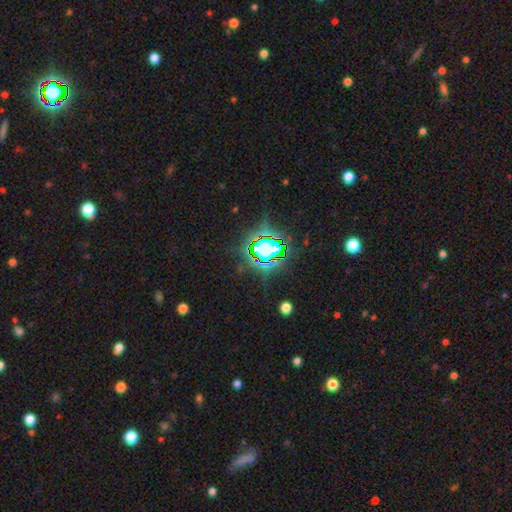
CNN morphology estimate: Q: Smooth or featured?
A: star or artifact (82%); runner-up: smooth (11%)